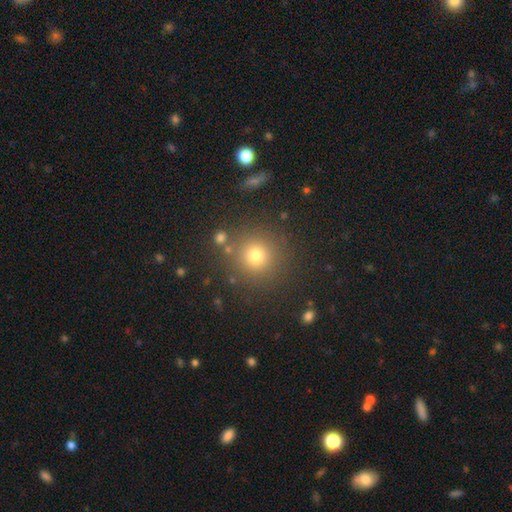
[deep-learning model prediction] Smooth or featured? Predicted: smooth (p=0.74). How rounded? Predicted: round (p=0.94). Merging? Predicted: none (p=0.85).